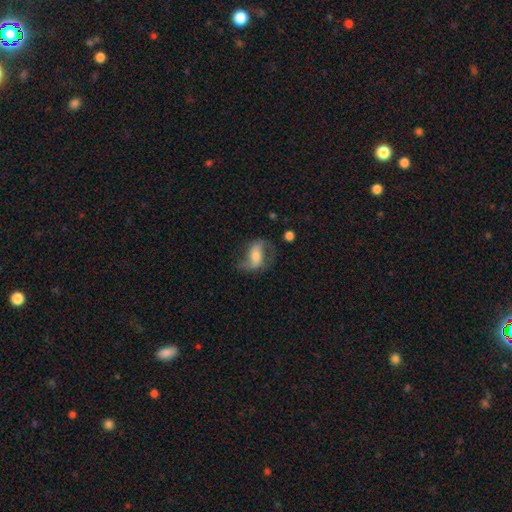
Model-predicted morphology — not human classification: Smooth or featured?
  - featured or disk: 65% *
  - smooth: 27%
  - star or artifact: 8%
Edge-on disk?
  - no: 94% *
  - yes: 6%
Bar?
  - weak: 36% *
  - strong: 33%
  - no: 31%
Spiral arms?
  - yes: 87% *
  - no: 13%
Spiral winding?
  - loose: 56% *
  - medium: 34%
  - tight: 10%
Spiral arm count?
  - 2: 87% *
  - can't tell: 5%
  - 1: 5%
  - 3: 1%
  - 4: 1%
  - more than 4: 1%
Bulge size?
  - moderate: 49% *
  - small: 31%
  - large: 12%
  - none: 5%
  - dominant: 2%
Merging?
  - none: 59% *
  - minor disturbance: 22%
  - major disturbance: 17%
  - merger: 2%